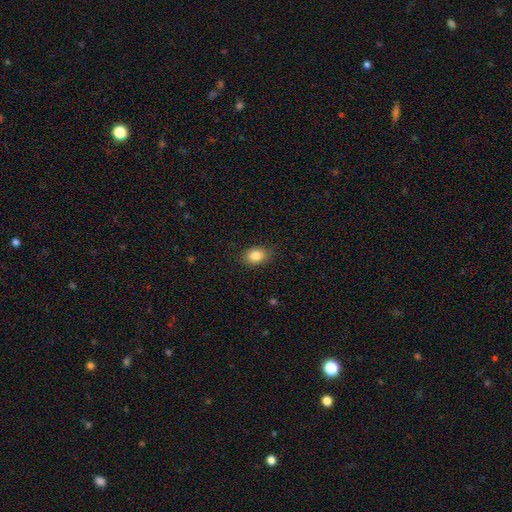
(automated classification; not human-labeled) smooth-or-featured: smooth: 85% | star or artifact: 9% | featured or disk: 6%
  how-rounded: in between: 69% | round: 29% | cigar-shaped: 1%
  merging: none: 86% | minor disturbance: 11% | major disturbance: 3% | merger: 1%